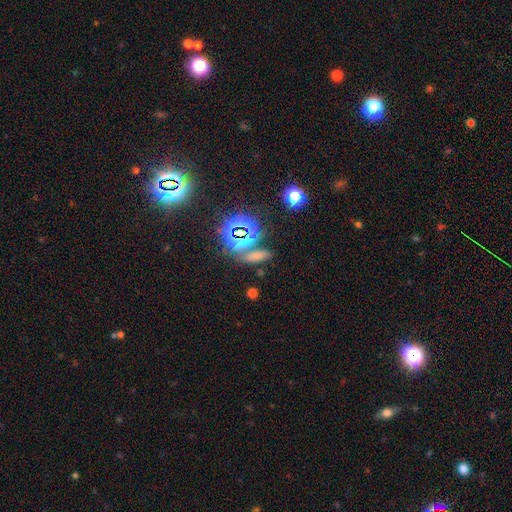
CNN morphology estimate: Q: Smooth or featured?
A: smooth (51%); runner-up: star or artifact (39%)
Q: How rounded?
A: in between (47%); runner-up: cigar-shaped (40%)
Q: Merging?
A: none (73%); runner-up: minor disturbance (11%)